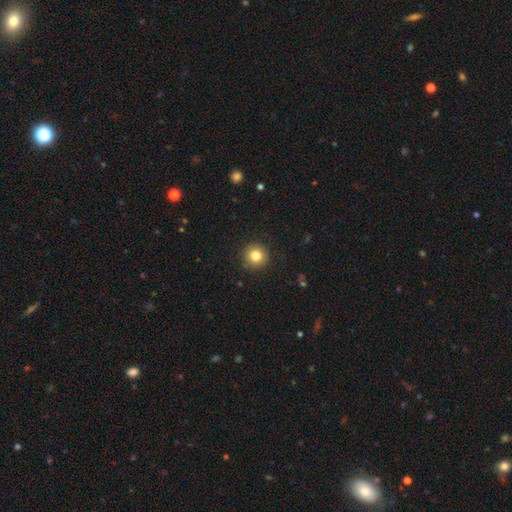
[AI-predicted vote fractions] This appears to be a smooth galaxy with no disk features (82%) that is round (95%). Merging: none (91%).